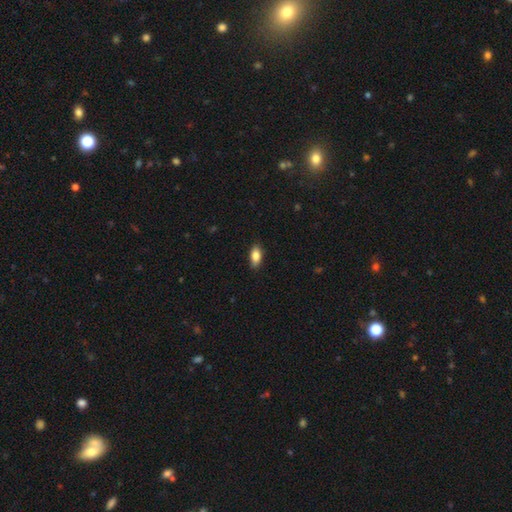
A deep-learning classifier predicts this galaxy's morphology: A smooth galaxy with no disk features (83%) that is in between round and cigar-shaped (88%). Merging: none (85%).